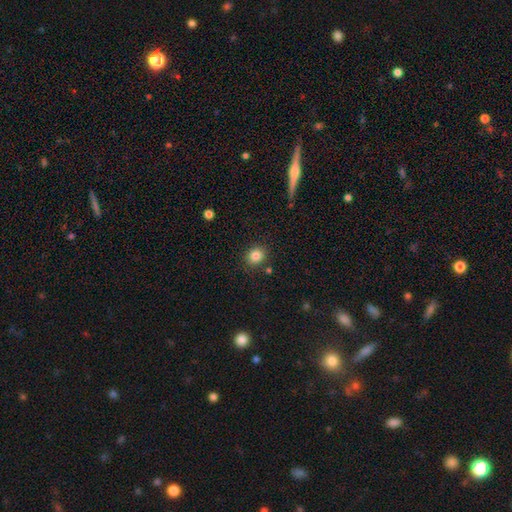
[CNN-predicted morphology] smooth 84%, star or artifact 11%, featured or disk 6%. Down the decision tree: how rounded — round (73%); merging — none (85%).